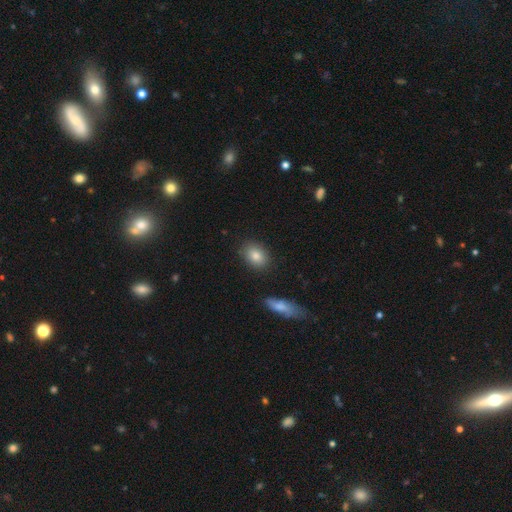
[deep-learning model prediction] smooth 84%, featured or disk 8%, star or artifact 8%. Down the decision tree: how rounded — in between (66%); merging — none (85%).